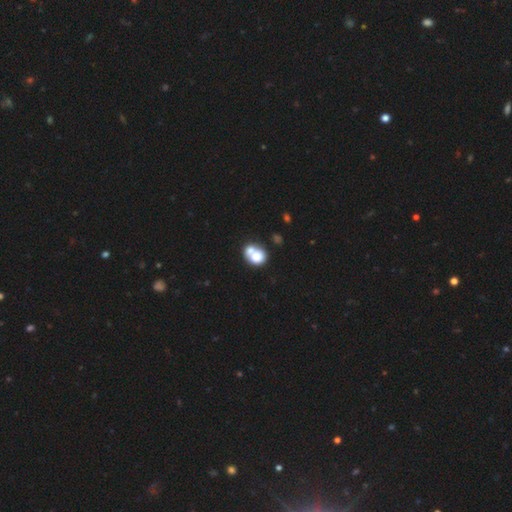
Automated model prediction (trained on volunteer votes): The model was most divided on "how rounded": round: 63%, in between: 36%, cigar-shaped: 1%. More confident: smooth or featured — smooth (72%); merging — merger (58%).